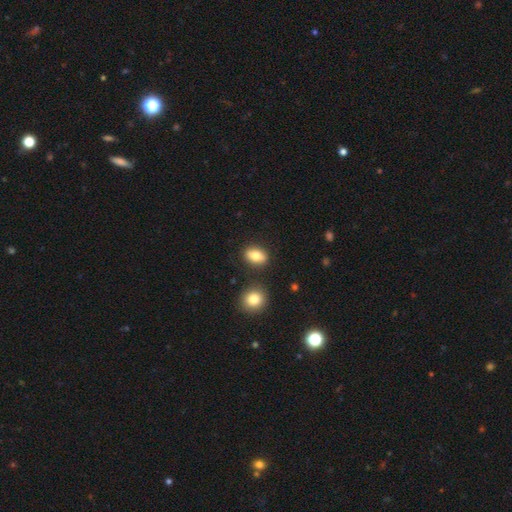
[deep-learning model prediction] Q: Smooth or featured?
A: smooth (81%); runner-up: featured or disk (11%)
Q: How rounded?
A: in between (80%); runner-up: round (17%)
Q: Merging?
A: none (84%); runner-up: minor disturbance (9%)